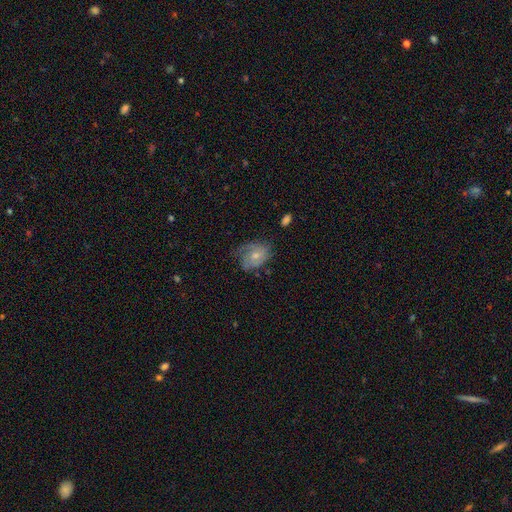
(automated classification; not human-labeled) Q: Smooth or featured?
A: featured or disk (47%); runner-up: smooth (45%)
Q: Merging?
A: none (50%); runner-up: minor disturbance (32%)